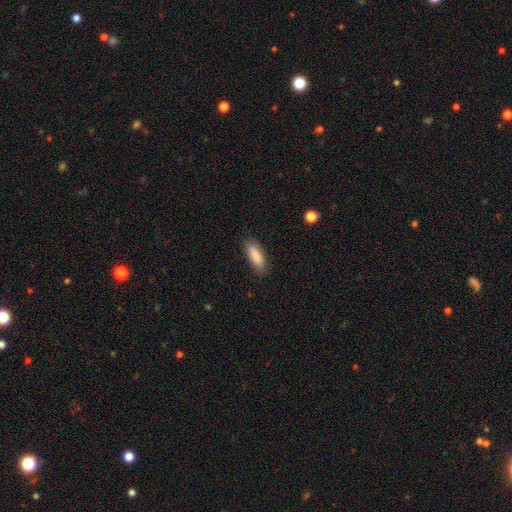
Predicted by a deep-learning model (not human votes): Smooth or featured? Predicted: smooth (p=0.88). How rounded? Predicted: in between (p=0.72). Merging? Predicted: none (p=0.84).